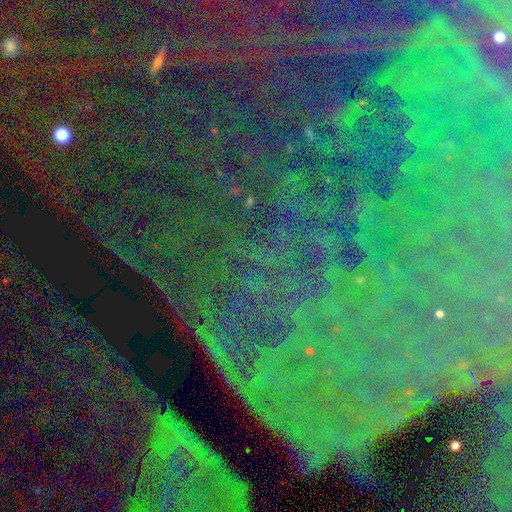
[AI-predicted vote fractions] Smooth or featured?
  - star or artifact: 83% *
  - featured or disk: 9%
  - smooth: 8%